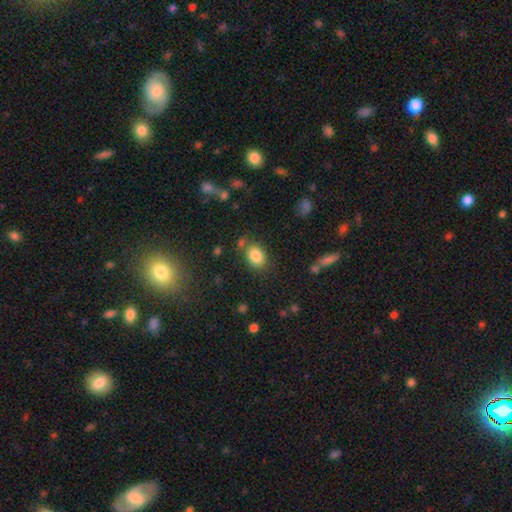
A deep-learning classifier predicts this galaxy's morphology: Q: Smooth or featured?
A: smooth (84%); runner-up: star or artifact (9%)
Q: How rounded?
A: in between (68%); runner-up: round (31%)
Q: Merging?
A: none (75%); runner-up: minor disturbance (14%)